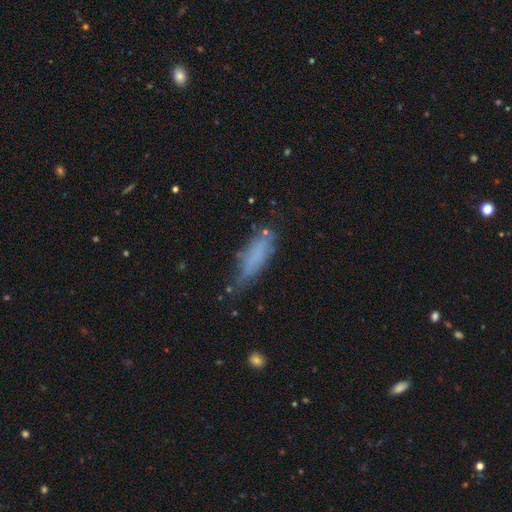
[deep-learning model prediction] Smooth or featured?
  - smooth: 66% *
  - featured or disk: 23%
  - star or artifact: 11%
How rounded?
  - cigar-shaped: 53% *
  - in between: 45%
  - round: 2%
Merging?
  - none: 51% *
  - minor disturbance: 31%
  - major disturbance: 14%
  - merger: 4%